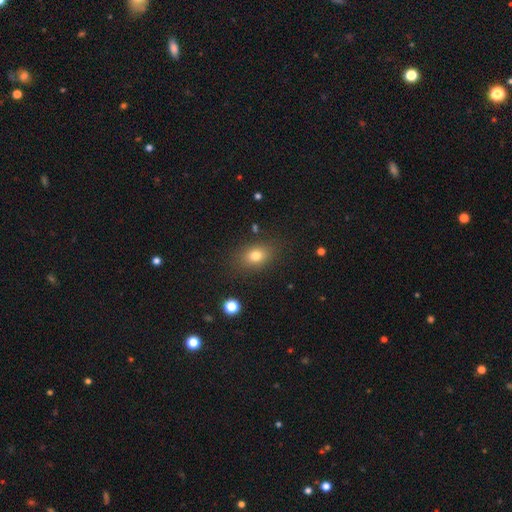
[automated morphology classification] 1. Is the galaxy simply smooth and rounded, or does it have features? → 78% smooth, 12% star or artifact, 10% featured or disk.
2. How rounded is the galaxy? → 67% in between, 31% round, 2% cigar-shaped.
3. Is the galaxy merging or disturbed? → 83% none, 11% minor disturbance, 4% major disturbance, 2% merger.